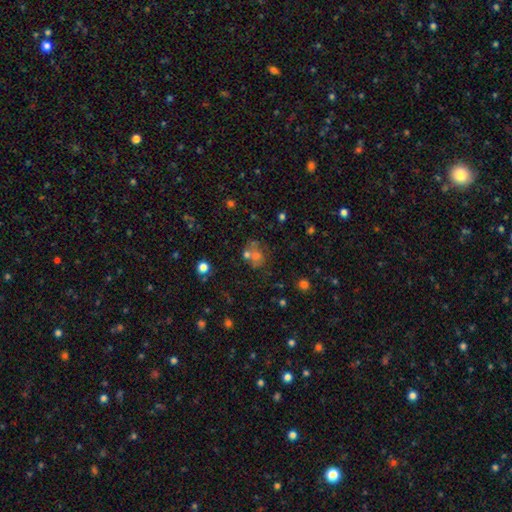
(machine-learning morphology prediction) Q: Smooth or featured?
A: smooth (50%); runner-up: star or artifact (26%)
Q: How rounded?
A: round (67%); runner-up: in between (31%)
Q: Merging?
A: none (45%); runner-up: merger (36%)